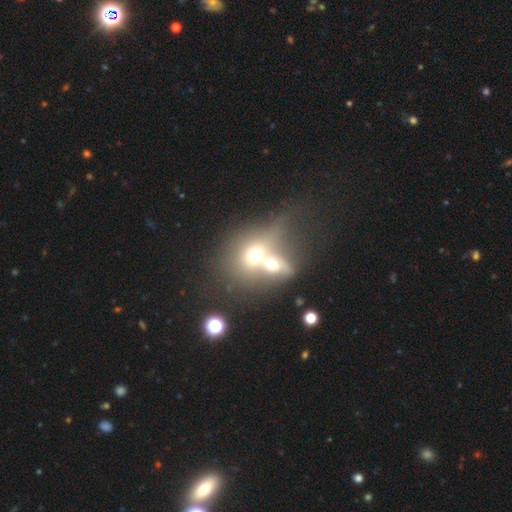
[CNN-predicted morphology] A smooth galaxy with no disk features (56%) that is round (58%).

Vote fractions:
- Smooth or featured? smooth: 56% / featured or disk: 30% / star or artifact: 14%
- How rounded? round: 58% / in between: 39% / cigar-shaped: 2%
- Merging? merger: 75% / none: 13% / major disturbance: 7% / minor disturbance: 5%